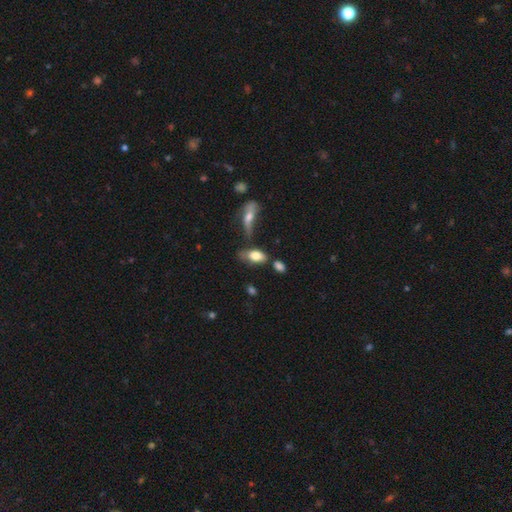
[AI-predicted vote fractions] smooth-or-featured: smooth: 76% | featured or disk: 17% | star or artifact: 8%
  how-rounded: in between: 89% | cigar-shaped: 7% | round: 4%
  merging: none: 45% | minor disturbance: 23% | merger: 21% | major disturbance: 11%